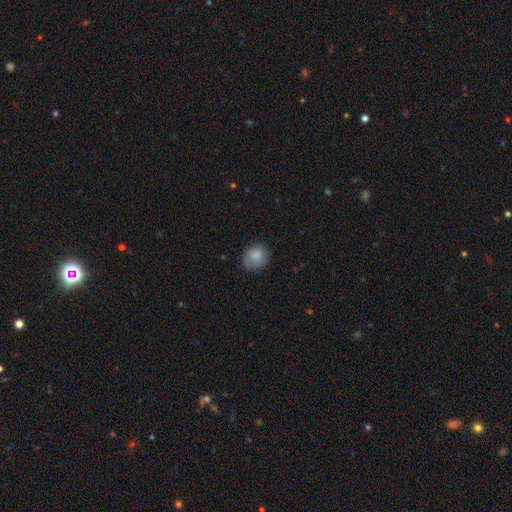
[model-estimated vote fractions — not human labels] Overall: smooth (84%). How rounded: round (67%; in between 32%). Merging: none (72%).